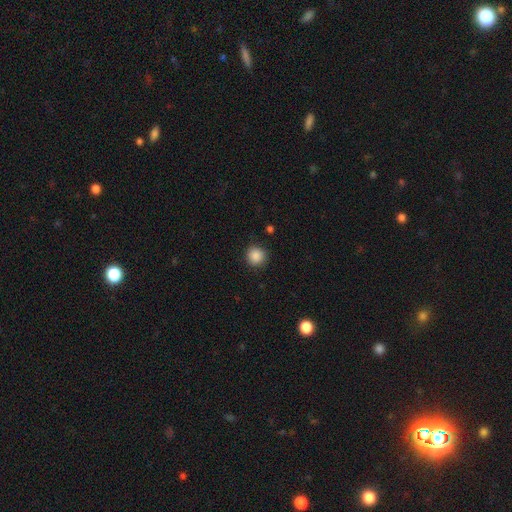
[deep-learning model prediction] This is clearly a smooth galaxy (88%). How rounded: clearly round (93%). Merging: clearly none (90%).